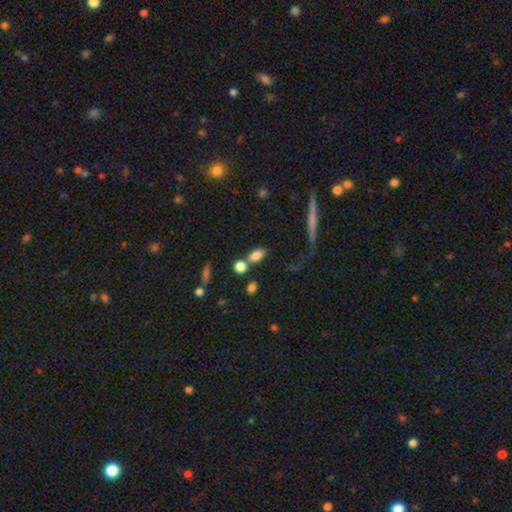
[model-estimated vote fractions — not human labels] This appears to be a smooth galaxy with no disk features (80%) that is in between round and cigar-shaped (81%). Merging: none (58%).